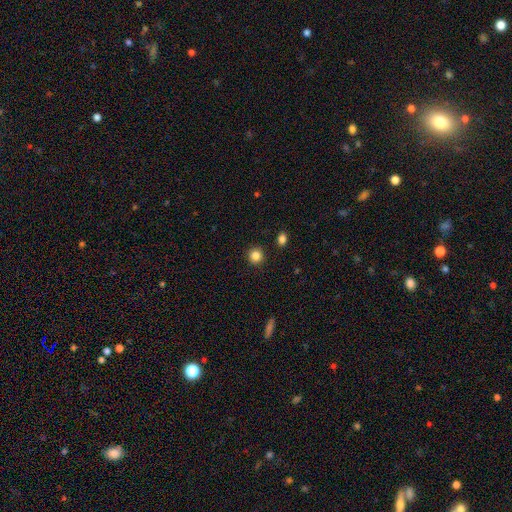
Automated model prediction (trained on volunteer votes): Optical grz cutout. It shows a smooth galaxy with no disk features (85%) that is round (93%). Merging: none (91%).